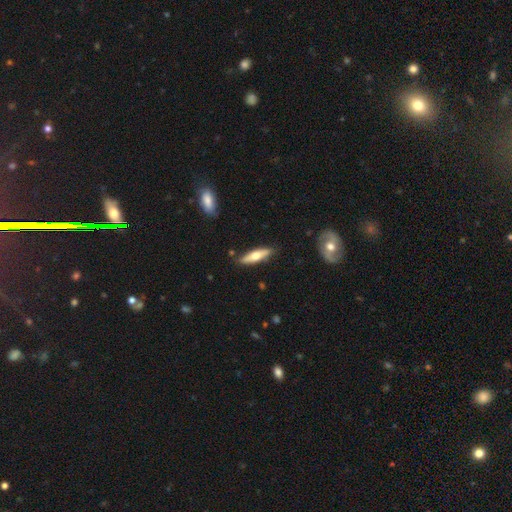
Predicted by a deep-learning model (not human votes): A smooth galaxy with no disk features (54%) that is cigar-shaped (70%). Merging: none (85%).